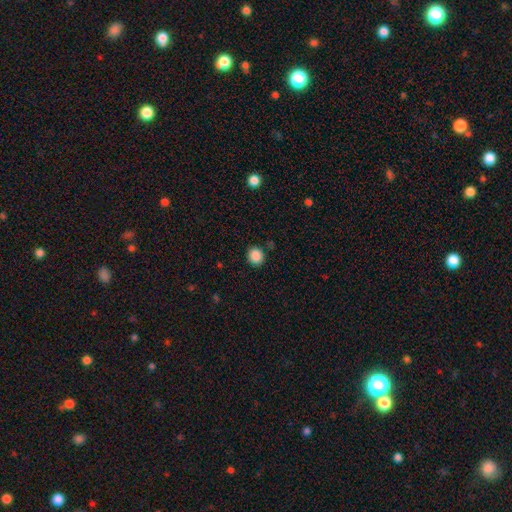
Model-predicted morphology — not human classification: Overall: smooth (87%). How rounded: round (82%). Merging: none (87%).